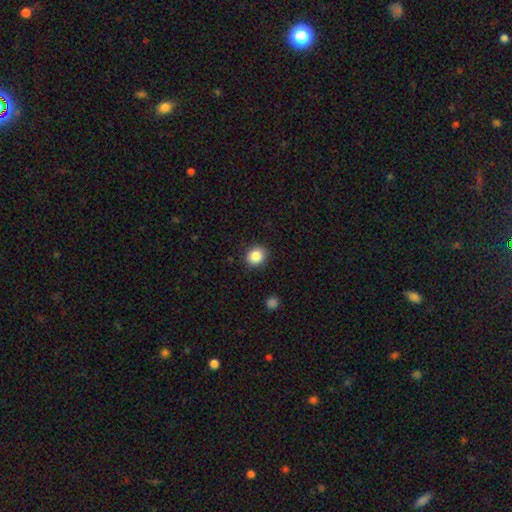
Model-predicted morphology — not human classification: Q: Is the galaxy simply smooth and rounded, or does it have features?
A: smooth — 86%.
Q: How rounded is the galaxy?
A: round — 77%.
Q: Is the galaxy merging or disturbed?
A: none — 90%.